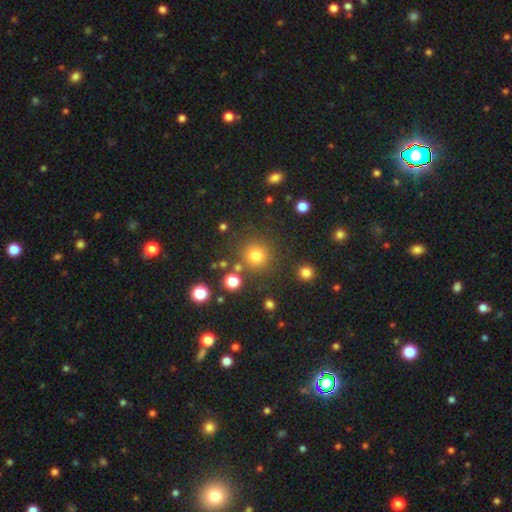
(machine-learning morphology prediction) Smooth or featured: smooth — 78% (star or artifact — 16%)
How rounded: round — 94% (in between — 5%)
Merging: none — 82% (minor disturbance — 8%)